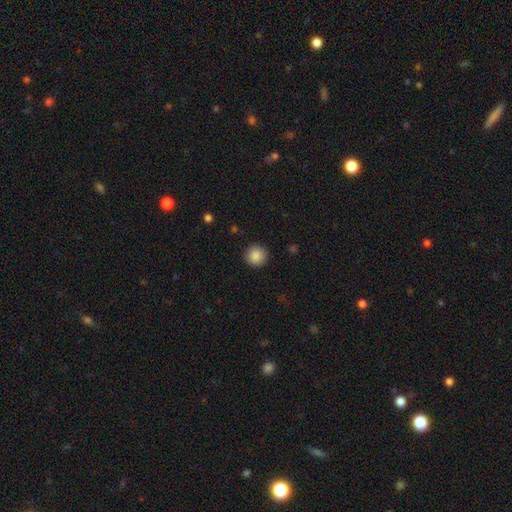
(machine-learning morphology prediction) Smooth or featured?
  - smooth: 88% *
  - star or artifact: 9%
  - featured or disk: 3%
How rounded?
  - round: 94% *
  - in between: 5%
  - cigar-shaped: 1%
Merging?
  - none: 91% *
  - minor disturbance: 6%
  - major disturbance: 2%
  - merger: 1%